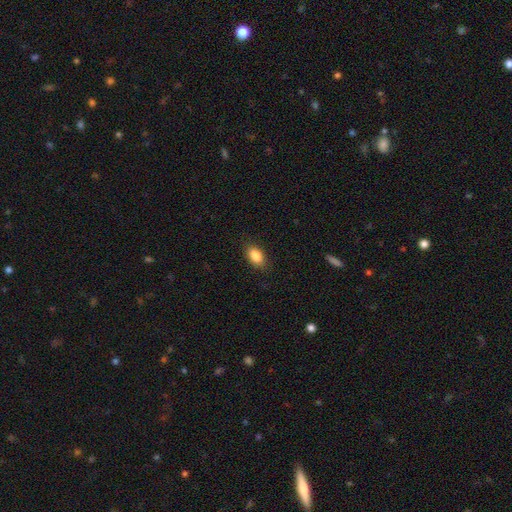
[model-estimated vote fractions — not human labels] This is clearly a smooth galaxy (87%). How rounded: clearly in between (90%). Merging: clearly none (86%).